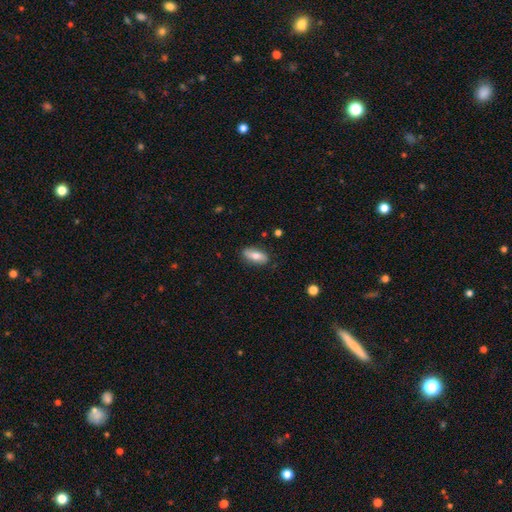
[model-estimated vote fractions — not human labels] This appears to be a smooth galaxy with no disk features (70%) that is in between round and cigar-shaped (79%). Merging: none (83%).